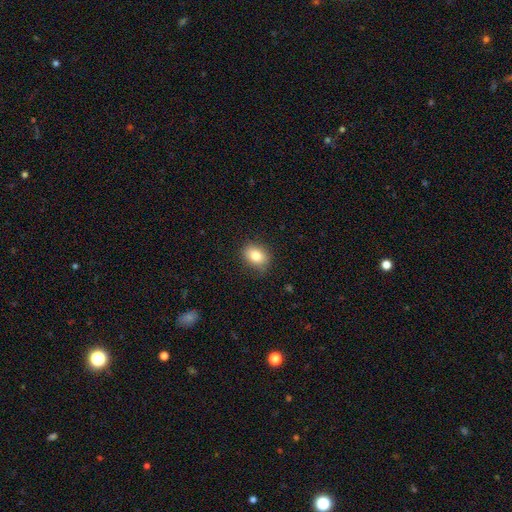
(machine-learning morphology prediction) Smooth or featured?
  - smooth: 82% *
  - star or artifact: 9%
  - featured or disk: 9%
How rounded?
  - in between: 61% *
  - round: 38%
  - cigar-shaped: 1%
Merging?
  - none: 83% *
  - minor disturbance: 13%
  - major disturbance: 3%
  - merger: 1%